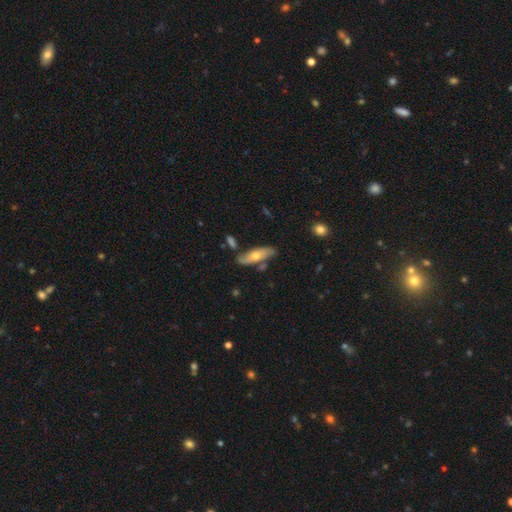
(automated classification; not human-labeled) A smooth galaxy with no disk features (53%) that is in between round and cigar-shaped (56%).

Vote fractions:
- Smooth or featured? smooth: 53% / featured or disk: 41% / star or artifact: 6%
- How rounded? in between: 56% / cigar-shaped: 41% / round: 3%
- Merging? none: 71% / minor disturbance: 17% / merger: 8% / major disturbance: 4%